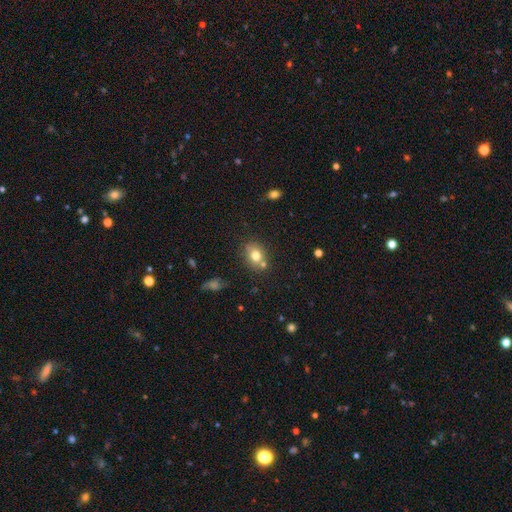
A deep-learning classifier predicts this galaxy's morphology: Smooth or featured? smooth (75%)
How rounded? round (50%)
Merging? none (65%)